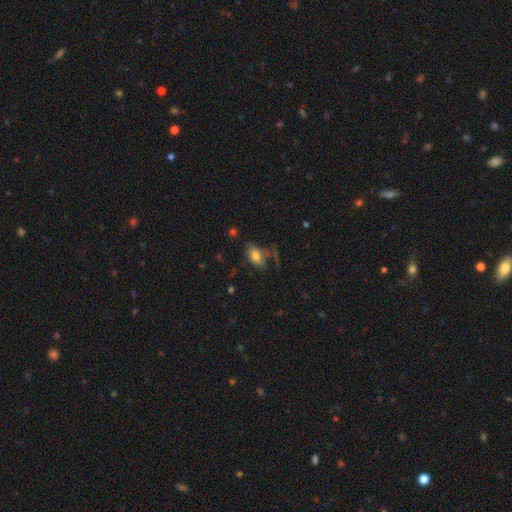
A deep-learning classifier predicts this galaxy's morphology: A smooth galaxy with no disk features (73%) that is in between round and cigar-shaped (89%).

Vote fractions:
- Smooth or featured? smooth: 73% / featured or disk: 17% / star or artifact: 10%
- How rounded? in between: 89% / round: 8% / cigar-shaped: 3%
- Merging? none: 48% / minor disturbance: 24% / major disturbance: 21% / merger: 7%